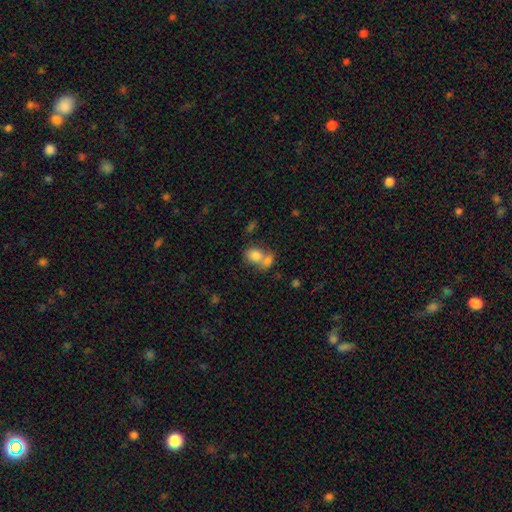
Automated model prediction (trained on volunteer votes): A smooth galaxy with no disk features (79%) that is in between round and cigar-shaped (52%). Merging: merger (58%).